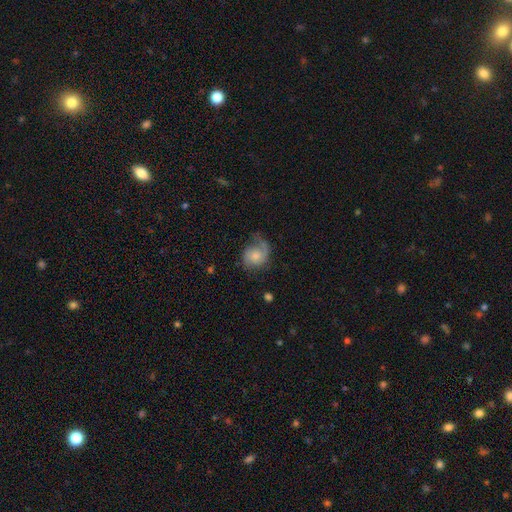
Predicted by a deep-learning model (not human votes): featured or disk 68%, smooth 25%, star or artifact 7%. Down the decision tree: edge-on disk — no (98%); bar — no (73%); spiral arms — yes (93%); spiral arm count — 2 (67%); spiral winding — medium (43%); bulge size — small (48%); merging — none (55%).